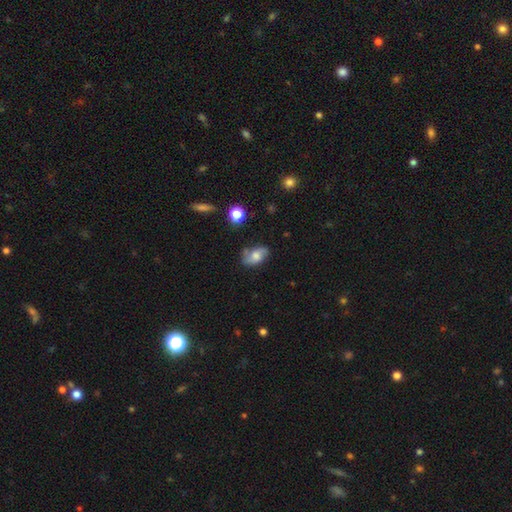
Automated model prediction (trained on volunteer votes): smooth-or-featured: smooth: 50% | featured or disk: 41% | star or artifact: 10%
  merging: none: 60% | minor disturbance: 27% | major disturbance: 9% | merger: 5%